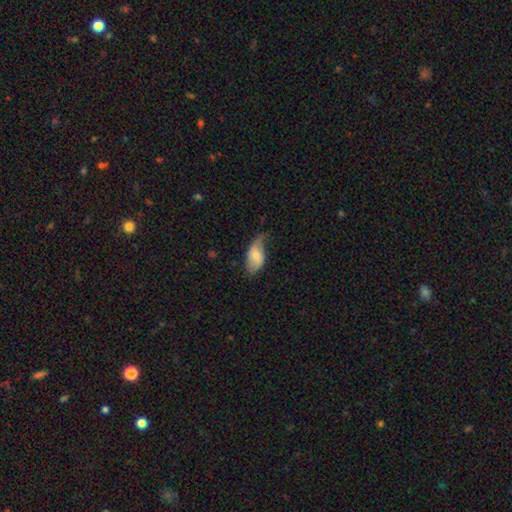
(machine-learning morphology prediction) smooth-or-featured: smooth: 63% | featured or disk: 30% | star or artifact: 6%
  how-rounded: in between: 93% | round: 3% | cigar-shaped: 3%
  merging: minor disturbance: 41% | none: 38% | major disturbance: 19% | merger: 2%